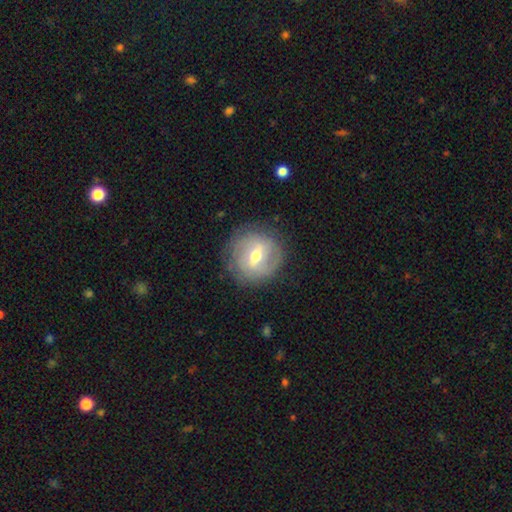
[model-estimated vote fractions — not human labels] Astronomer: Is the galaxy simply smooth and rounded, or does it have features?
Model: featured or disk — 68%.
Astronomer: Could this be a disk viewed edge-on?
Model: no — 94%.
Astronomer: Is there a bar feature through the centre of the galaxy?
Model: weak — 51% (runner-up: strong, 35%).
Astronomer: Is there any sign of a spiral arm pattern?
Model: yes — 72%.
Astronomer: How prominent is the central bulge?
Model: moderate — 71%.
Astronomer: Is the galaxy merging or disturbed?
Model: none — 81%.